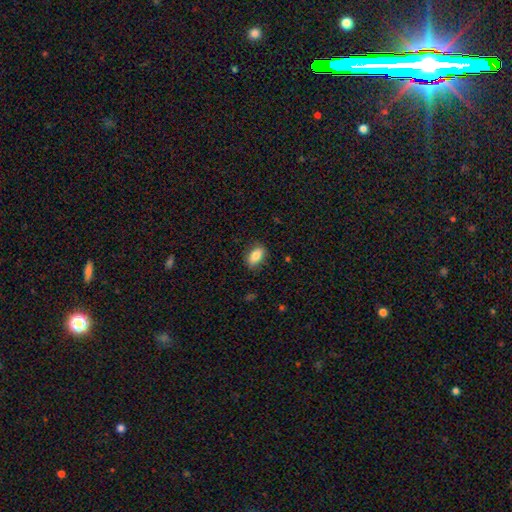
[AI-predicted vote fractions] Smooth or featured? Predicted: smooth (p=0.85). How rounded? Predicted: in between (p=0.89). Merging? Predicted: none (p=0.84).